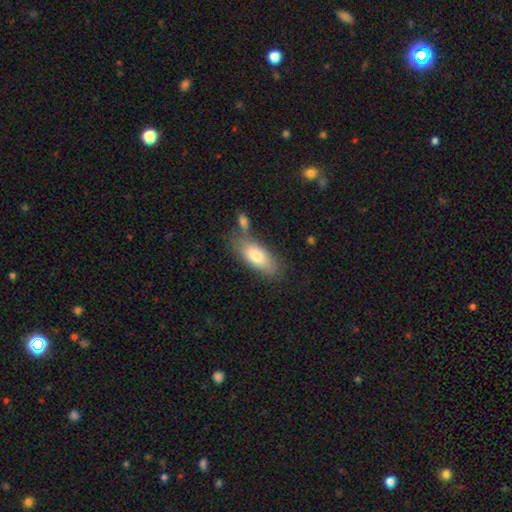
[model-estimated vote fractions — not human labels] smooth 78%, featured or disk 15%, star or artifact 7%. Down the decision tree: how rounded — in between (83%); merging — none (62%).